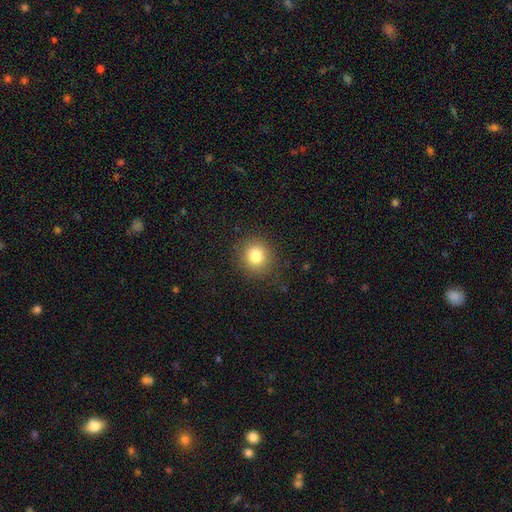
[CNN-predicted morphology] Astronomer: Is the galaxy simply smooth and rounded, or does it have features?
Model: smooth — 81%.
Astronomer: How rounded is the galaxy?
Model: round — 89%.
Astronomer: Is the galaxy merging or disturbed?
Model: none — 89%.